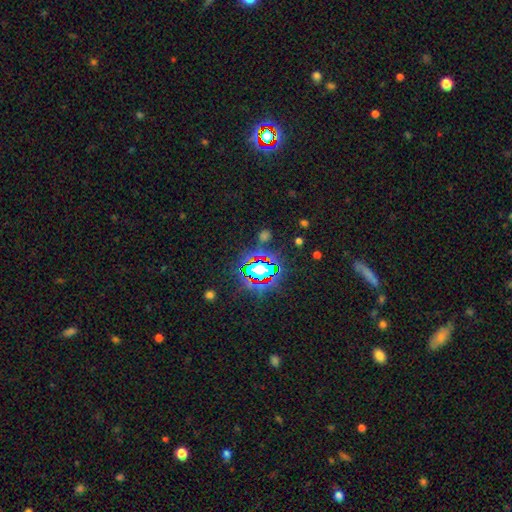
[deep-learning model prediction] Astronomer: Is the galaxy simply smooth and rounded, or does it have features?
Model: star or artifact — 79%.